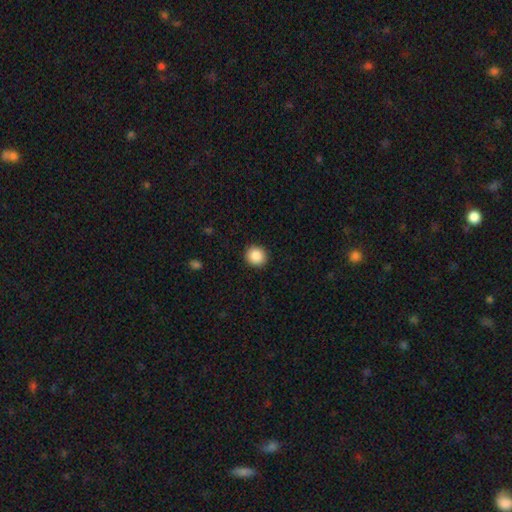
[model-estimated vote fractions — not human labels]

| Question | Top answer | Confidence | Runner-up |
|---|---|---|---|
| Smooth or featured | smooth | 88% | star or artifact (9%) |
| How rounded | round | 91% | in between (8%) |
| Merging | none | 92% | minor disturbance (5%) |